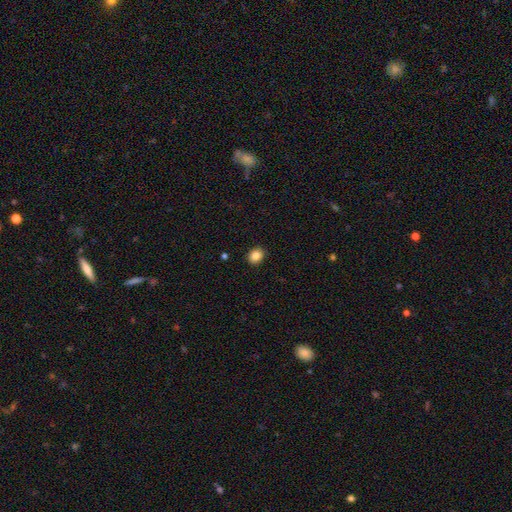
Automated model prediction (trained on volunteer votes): smooth-or-featured: smooth: 86% | star or artifact: 9% | featured or disk: 5%
  how-rounded: in between: 53% | round: 46% | cigar-shaped: 1%
  merging: none: 90% | minor disturbance: 7% | major disturbance: 2% | merger: 1%